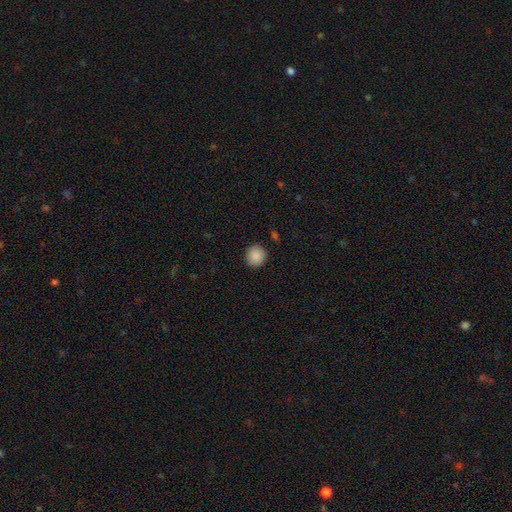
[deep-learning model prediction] A smooth galaxy with no disk features (89%) that is round (92%). Merging: none (91%).